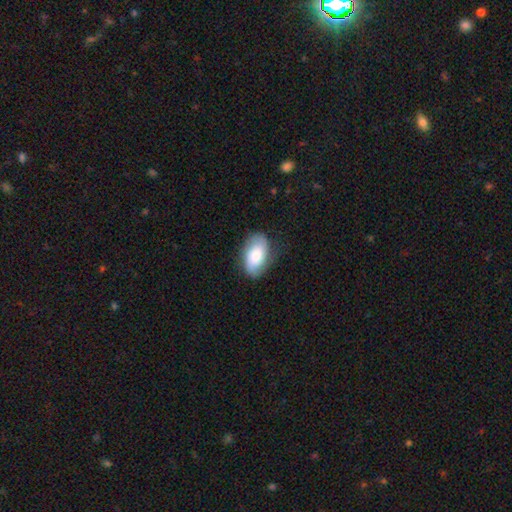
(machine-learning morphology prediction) Smooth or featured? Predicted: smooth (p=0.58). How rounded? Predicted: in between (p=0.92). Merging? Predicted: none (p=0.76).